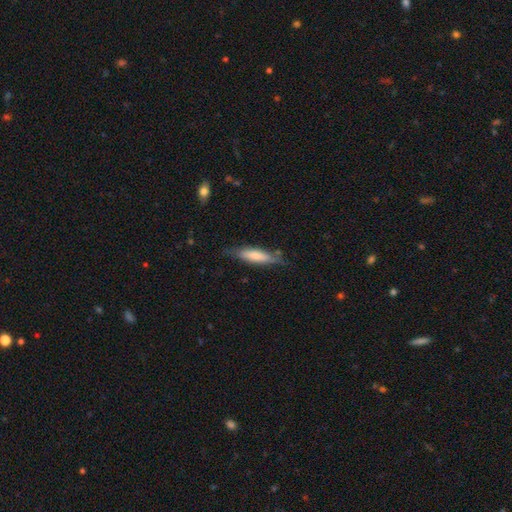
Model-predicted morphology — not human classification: smooth 69%, featured or disk 25%, star or artifact 6%. Down the decision tree: how rounded — cigar-shaped (70%); merging — none (70%).